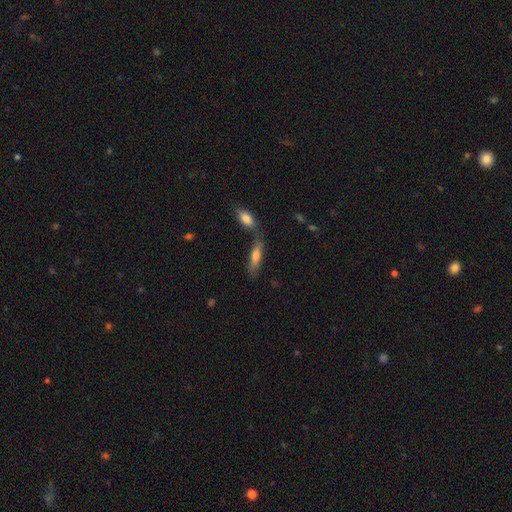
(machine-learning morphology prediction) Smooth or featured? Predicted: smooth (p=0.68). How rounded? Predicted: cigar-shaped (p=0.61). Merging? Predicted: none (p=0.56).